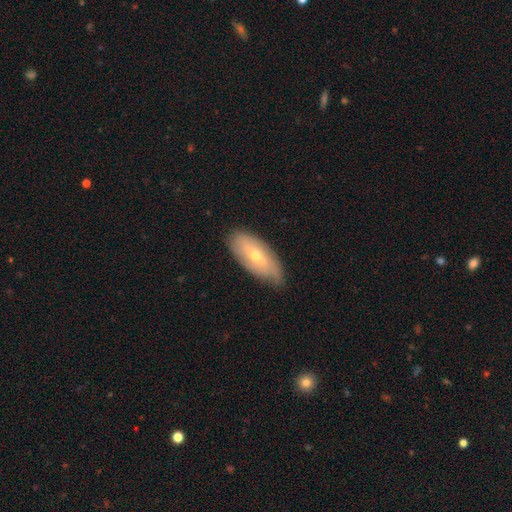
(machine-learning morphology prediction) Overall: featured or disk (47%; smooth 46%). Merging: none (74%).